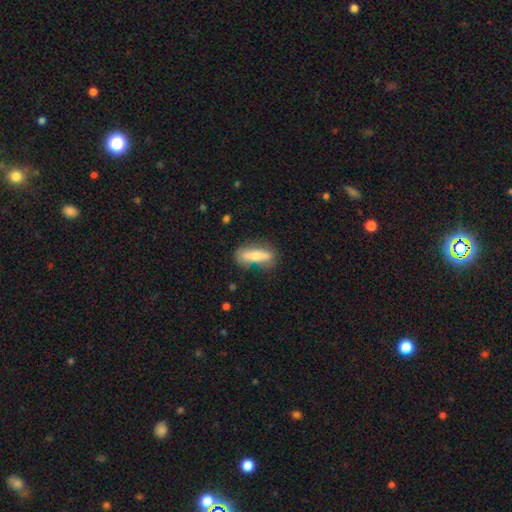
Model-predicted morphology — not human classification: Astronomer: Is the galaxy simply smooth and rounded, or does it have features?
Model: smooth — 64%.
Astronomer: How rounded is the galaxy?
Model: in between — 49%, tied with cigar-shaped at 49%.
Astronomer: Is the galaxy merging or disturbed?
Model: none — 68%.